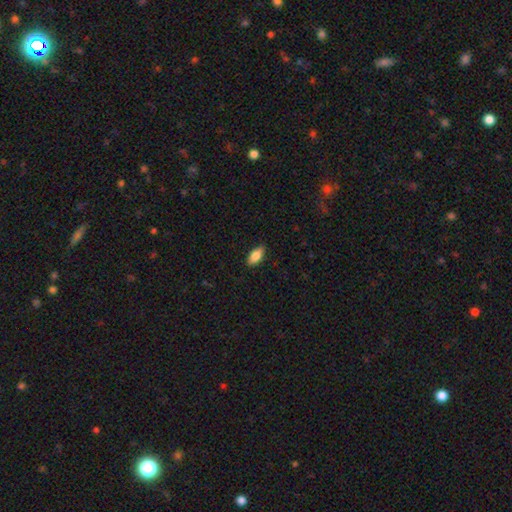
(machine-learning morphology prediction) Overall: smooth (80%). How rounded: in between (85%). Merging: none (86%).